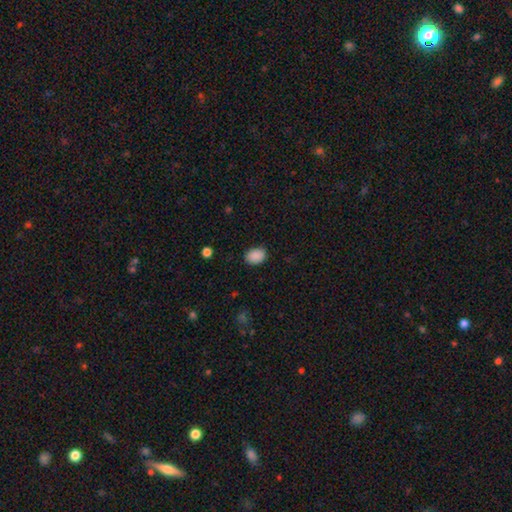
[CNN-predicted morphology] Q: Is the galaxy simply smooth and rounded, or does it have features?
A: smooth — 89%.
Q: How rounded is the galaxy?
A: in between — 69%.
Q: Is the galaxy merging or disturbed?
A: none — 85%.